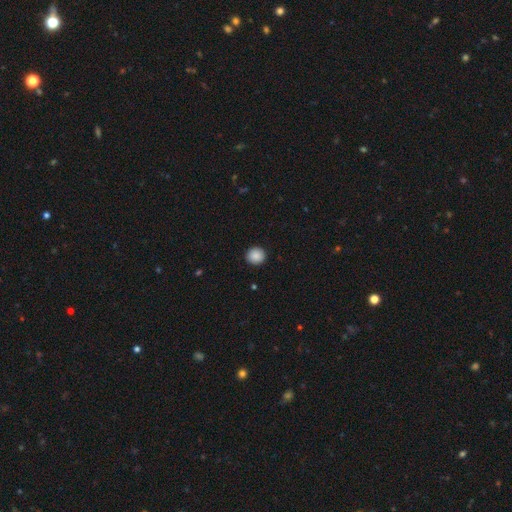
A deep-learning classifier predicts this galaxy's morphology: type=smooth (89%); roundness=round (91%); merging=none (92%).